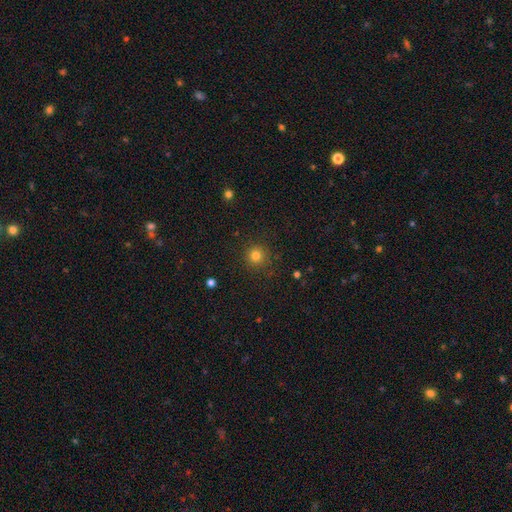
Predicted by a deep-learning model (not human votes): Morphology: type=smooth (81%); roundness=round (95%); merging=none (89%).